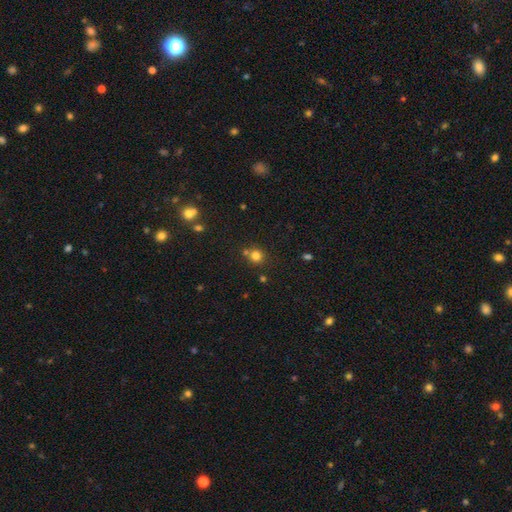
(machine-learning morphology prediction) Q: Smooth or featured?
A: smooth (78%); runner-up: star or artifact (15%)
Q: How rounded?
A: round (88%); runner-up: in between (11%)
Q: Merging?
A: none (69%); runner-up: merger (18%)